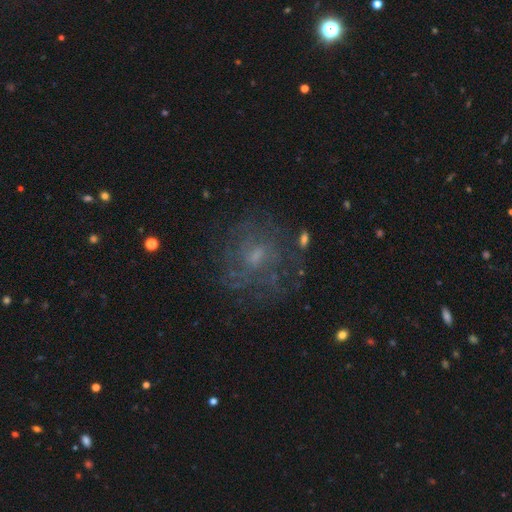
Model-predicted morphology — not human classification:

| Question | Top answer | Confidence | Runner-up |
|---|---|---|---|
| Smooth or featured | featured or disk | 62% | smooth (23%) |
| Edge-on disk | no | 97% | yes (3%) |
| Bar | no | 62% | weak (33%) |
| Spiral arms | yes | 67% | no (33%) |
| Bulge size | small | 56% | moderate (31%) |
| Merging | none | 70% | minor disturbance (15%) |